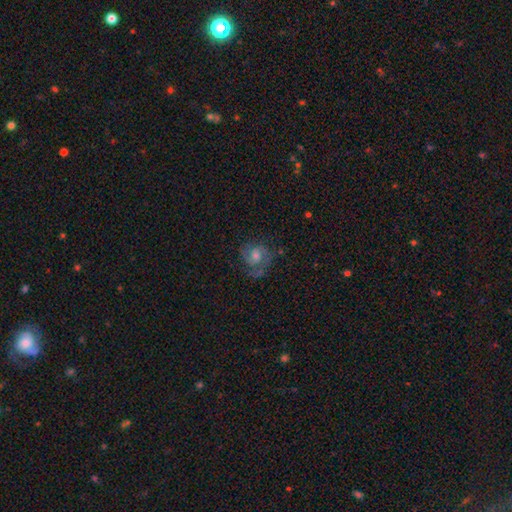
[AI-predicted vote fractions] Smooth or featured?
  - featured or disk: 75% *
  - smooth: 15%
  - star or artifact: 10%
Edge-on disk?
  - no: 98% *
  - yes: 2%
Bar?
  - no: 61% *
  - weak: 33%
  - strong: 5%
Spiral arms?
  - yes: 93% *
  - no: 7%
Spiral winding?
  - medium: 45% *
  - tight: 42%
  - loose: 13%
Spiral arm count?
  - 2: 63% *
  - can't tell: 14%
  - 1: 10%
  - 3: 9%
  - 4: 2%
  - more than 4: 2%
Bulge size?
  - moderate: 54% *
  - small: 32%
  - large: 7%
  - none: 5%
  - dominant: 1%
Merging?
  - none: 67% *
  - minor disturbance: 18%
  - major disturbance: 13%
  - merger: 2%